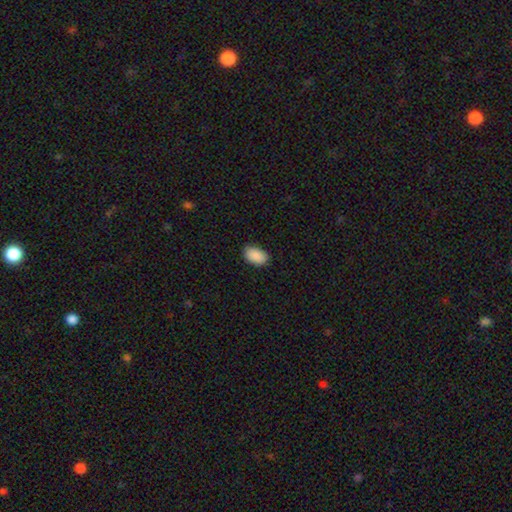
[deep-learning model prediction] This is clearly a smooth galaxy (91%). How rounded: clearly in between (92%). Merging: clearly none (87%).